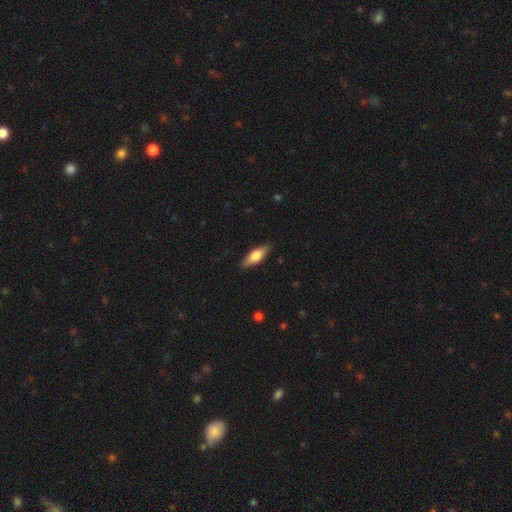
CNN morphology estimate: Overall: smooth (62%; featured or disk 33%). How rounded: in between (57%; cigar-shaped 41%). Merging: none (87%).